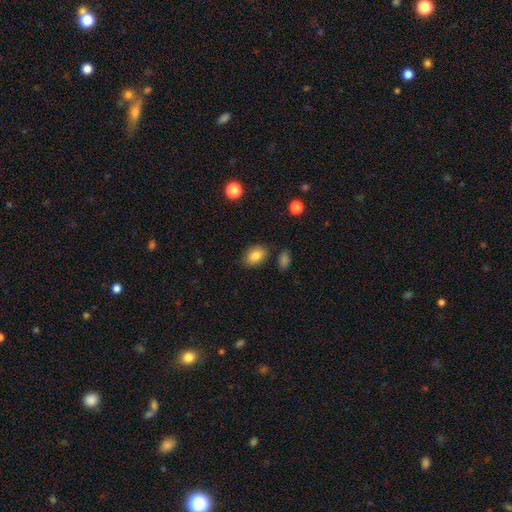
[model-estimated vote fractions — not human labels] The model was most divided on "how rounded": in between: 81%, round: 18%, cigar-shaped: 1%. More confident: smooth or featured — smooth (84%); merging — none (82%).